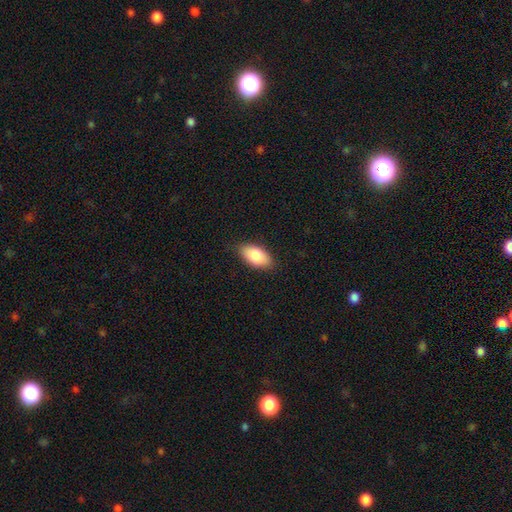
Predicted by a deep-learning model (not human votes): Overall: smooth (84%). How rounded: in between (94%). Merging: none (85%).